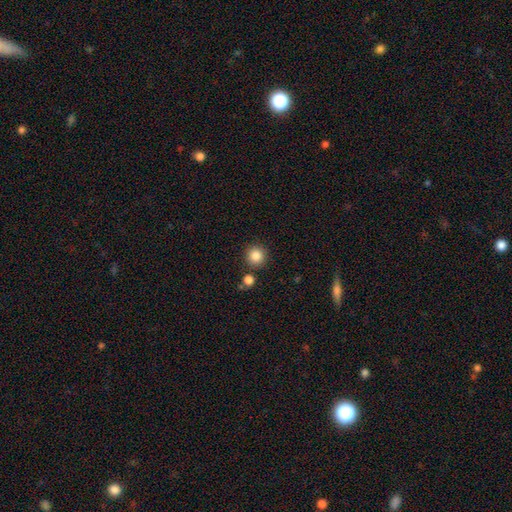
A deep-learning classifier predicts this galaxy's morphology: Smooth or featured? smooth (86%)
How rounded? round (94%)
Merging? none (84%)